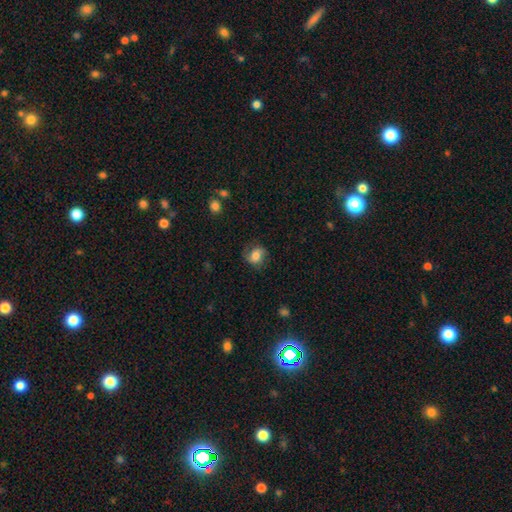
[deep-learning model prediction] A smooth galaxy with no disk features (64%) that is round (60%). Merging: none (69%).